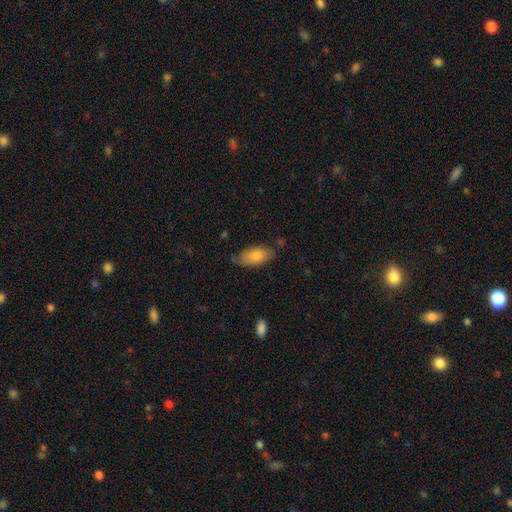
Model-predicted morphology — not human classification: A smooth galaxy with no disk features (80%) that is in between round and cigar-shaped (90%). Merging: none (68%).